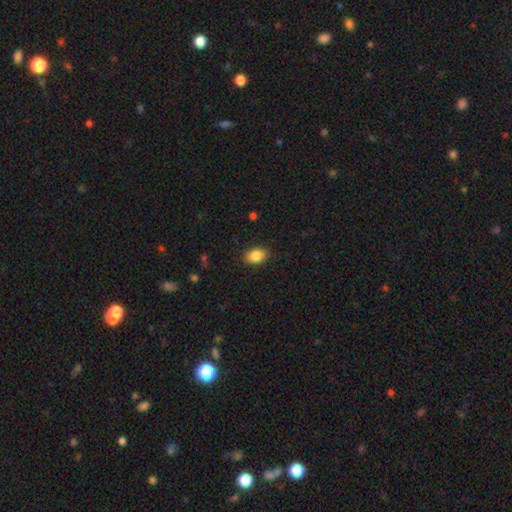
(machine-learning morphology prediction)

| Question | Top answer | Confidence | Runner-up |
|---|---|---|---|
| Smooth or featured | smooth | 87% | star or artifact (8%) |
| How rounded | in between | 82% | round (17%) |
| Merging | none | 87% | minor disturbance (9%) |